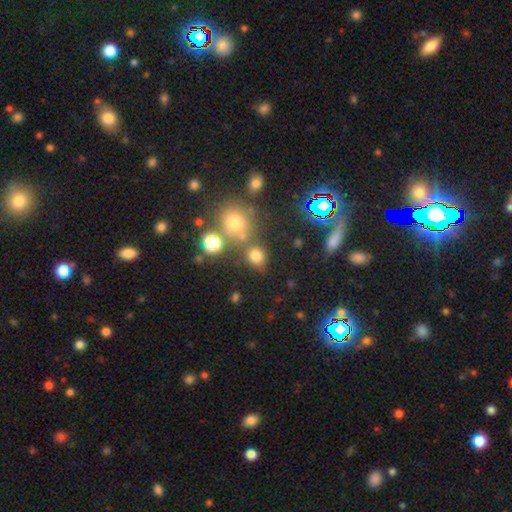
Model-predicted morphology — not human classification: smooth 73%, star or artifact 20%, featured or disk 7%. Down the decision tree: how rounded — round (79%); merging — none (68%).